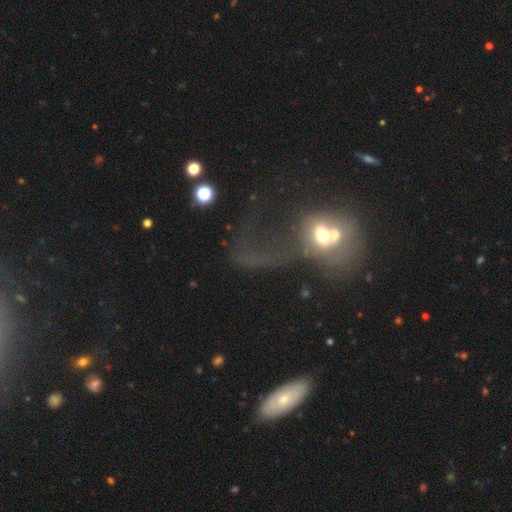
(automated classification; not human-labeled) This appears to be a smooth galaxy with no disk features (40%). Merging: major disturbance (43%).